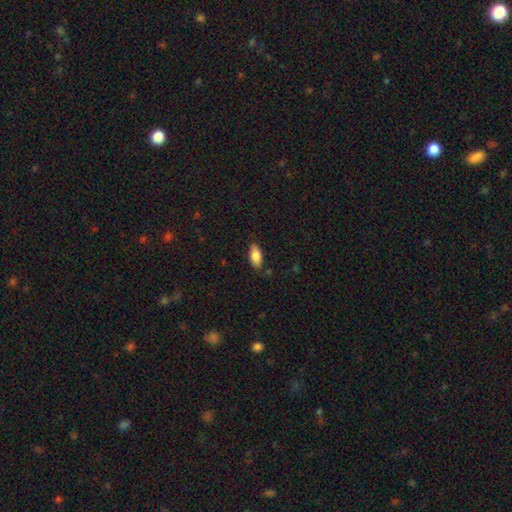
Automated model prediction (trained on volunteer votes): smooth_or_featured: smooth (p=0.82) [alt: featured or disk p=0.11]
how_rounded: in between (p=0.88) [alt: cigar-shaped p=0.09]
merging: none (p=0.82) [alt: minor disturbance p=0.14]